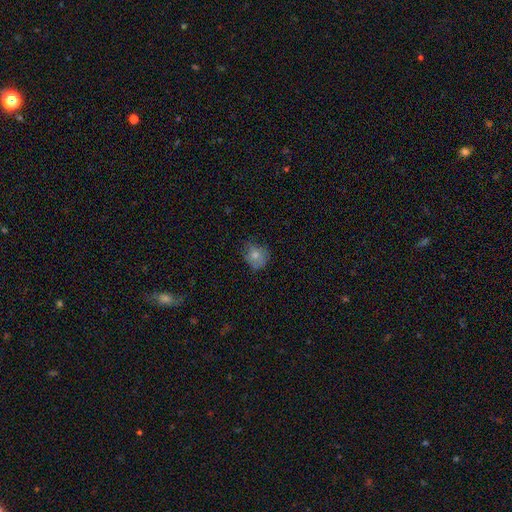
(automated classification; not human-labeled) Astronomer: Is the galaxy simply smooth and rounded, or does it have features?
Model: smooth — 73%.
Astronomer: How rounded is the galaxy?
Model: round — 65%.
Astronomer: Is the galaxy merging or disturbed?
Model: none — 57%.